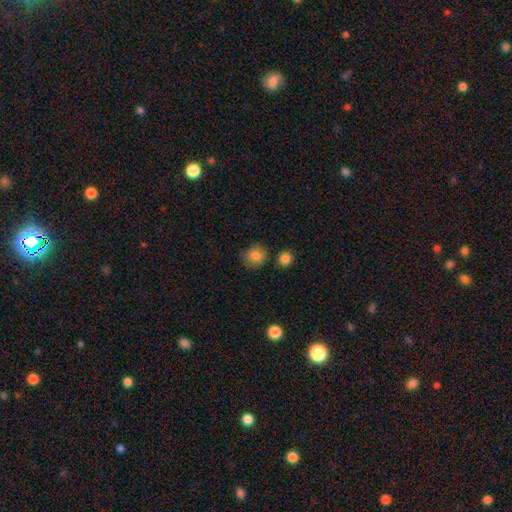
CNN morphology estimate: A smooth galaxy with no disk features (84%) that is round (87%).

Vote fractions:
- Smooth or featured? smooth: 84% / star or artifact: 9% / featured or disk: 6%
- How rounded? round: 87% / in between: 12% / cigar-shaped: 1%
- Merging? none: 80% / minor disturbance: 11% / merger: 6% / major disturbance: 3%